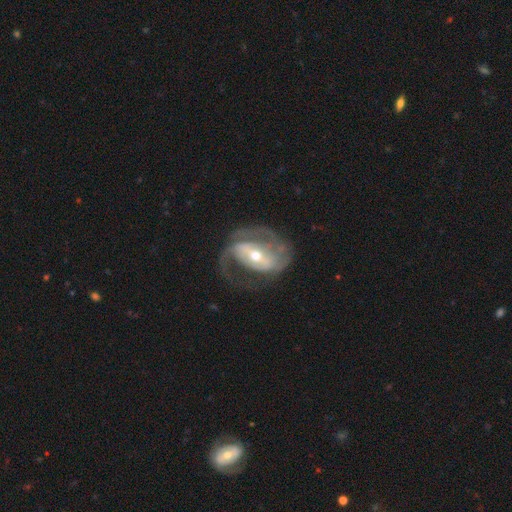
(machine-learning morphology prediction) Overall: featured or disk (85%). Edge-on disk: no (96%). Bar: strong (46%; weak 35%). Spiral arms: yes (89%). Spiral arm count: 2 (70%). Spiral winding: medium (48%; loose 28%). Bulge size: moderate (52%; small 43%). Merging: none (53%; major disturbance 26%).